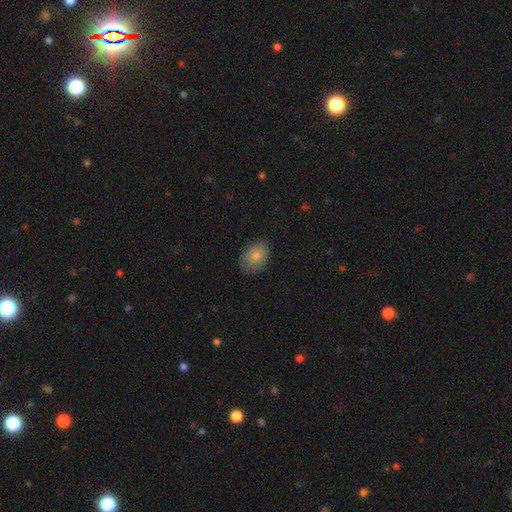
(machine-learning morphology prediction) Overall: smooth (84%). How rounded: in between (72%). Merging: none (81%).